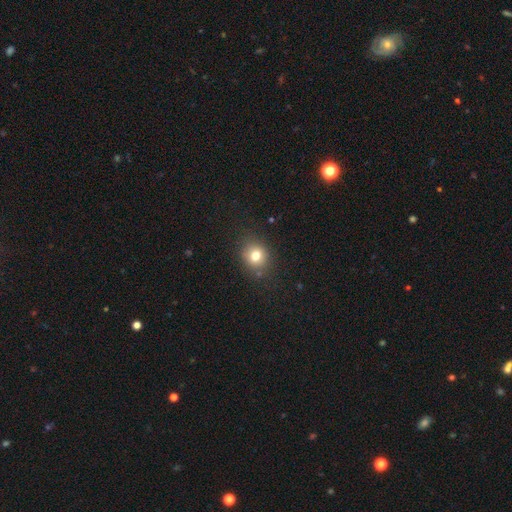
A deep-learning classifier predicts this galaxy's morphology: A smooth galaxy with no disk features (77%) that is round (76%). Merging: none (83%).